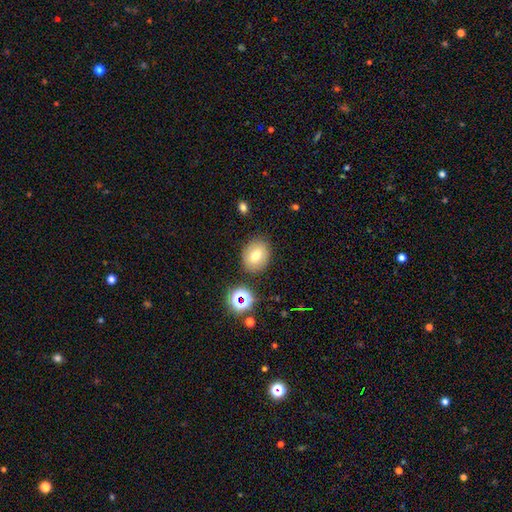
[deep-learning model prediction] Q: Smooth or featured?
A: smooth (71%); runner-up: featured or disk (15%)
Q: How rounded?
A: round (52%); runner-up: in between (47%)
Q: Merging?
A: none (81%); runner-up: minor disturbance (11%)